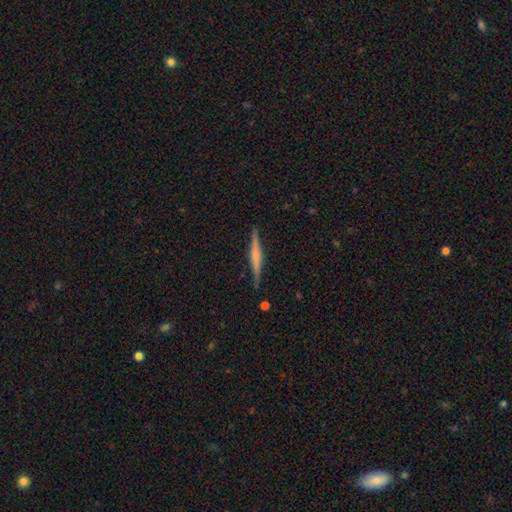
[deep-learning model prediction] A featured or disk galaxy (63%) viewed edge-on (98%) with a rounded central bulge (38%). Merging: none (89%).